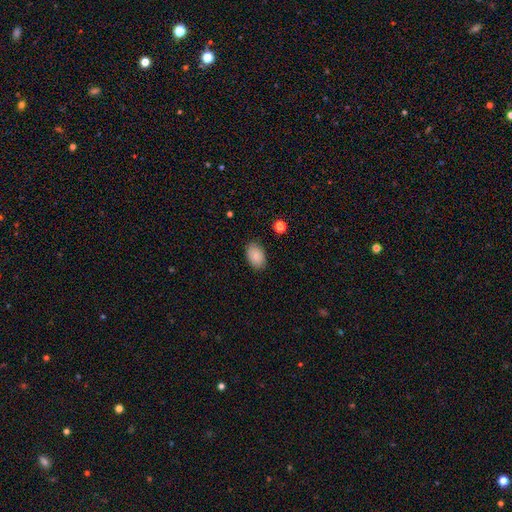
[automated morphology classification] This is clearly a smooth galaxy (87%). How rounded: clearly in between (90%). Merging: clearly none (87%).